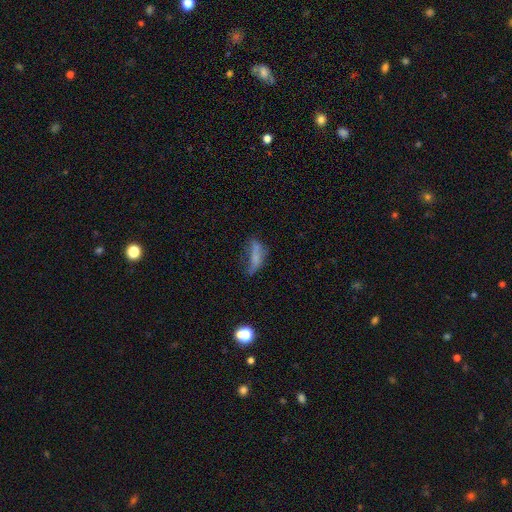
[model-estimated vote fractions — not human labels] Smooth or featured? smooth (55%)
How rounded? in between (58%)
Merging? major disturbance (33%)